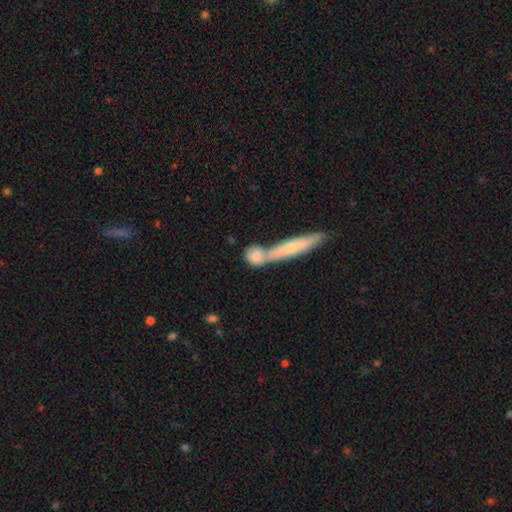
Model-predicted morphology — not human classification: smooth_or_featured: smooth (p=0.75) [alt: featured or disk p=0.18]
how_rounded: round (p=0.53) [alt: cigar-shaped p=0.24]
merging: none (p=0.47) [alt: merger p=0.38]